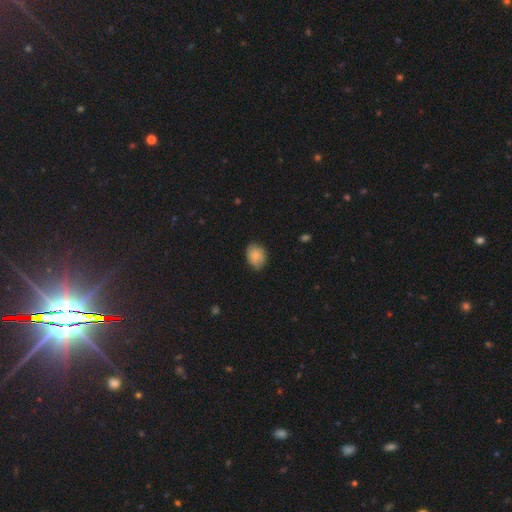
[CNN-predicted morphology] This appears to be a smooth galaxy with no disk features (78%) that is in between round and cigar-shaped (55%). Merging: none (70%).